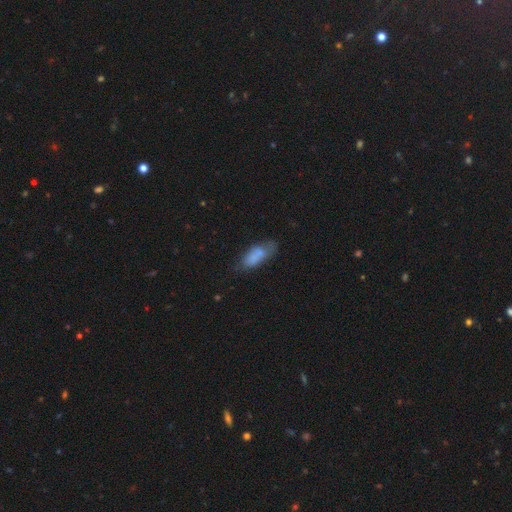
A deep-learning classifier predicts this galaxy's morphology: smooth-or-featured: smooth: 73% | featured or disk: 18% | star or artifact: 9%
  how-rounded: in between: 74% | cigar-shaped: 23% | round: 3%
  merging: none: 50% | minor disturbance: 28% | major disturbance: 13% | merger: 9%